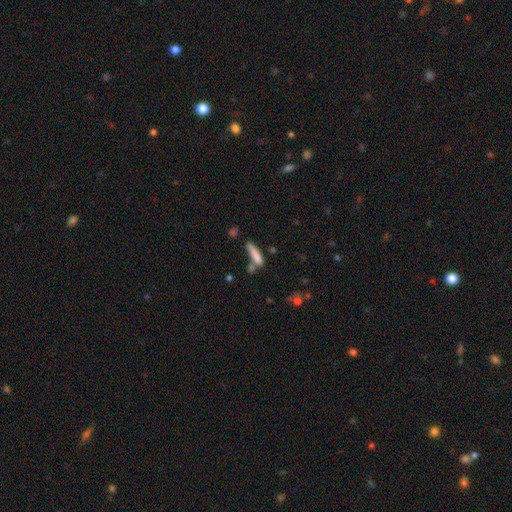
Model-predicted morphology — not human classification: A smooth galaxy with no disk features (77%) that is cigar-shaped (79%).

Vote fractions:
- Smooth or featured? smooth: 77% / featured or disk: 14% / star or artifact: 8%
- How rounded? cigar-shaped: 79% / in between: 19% / round: 2%
- Merging? none: 51% / minor disturbance: 21% / merger: 19% / major disturbance: 9%